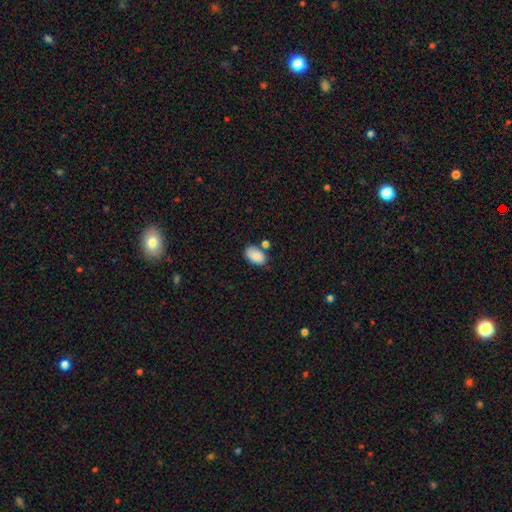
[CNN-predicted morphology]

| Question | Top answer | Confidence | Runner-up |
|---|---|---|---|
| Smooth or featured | smooth | 88% | star or artifact (8%) |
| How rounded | in between | 92% | round (7%) |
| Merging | none | 65% | minor disturbance (17%) |